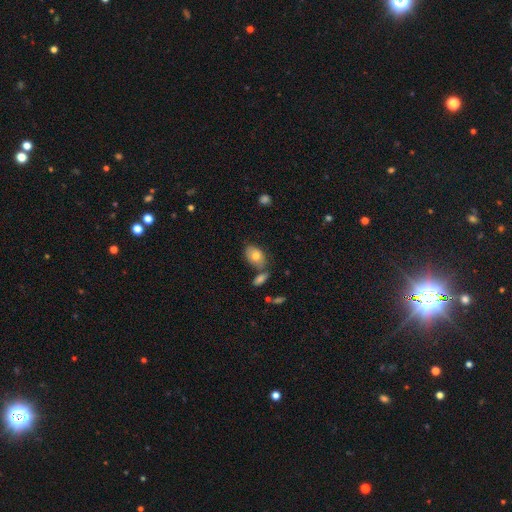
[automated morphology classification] Overall: smooth (77%). How rounded: in between (88%). Merging: none (59%; merger 20%).